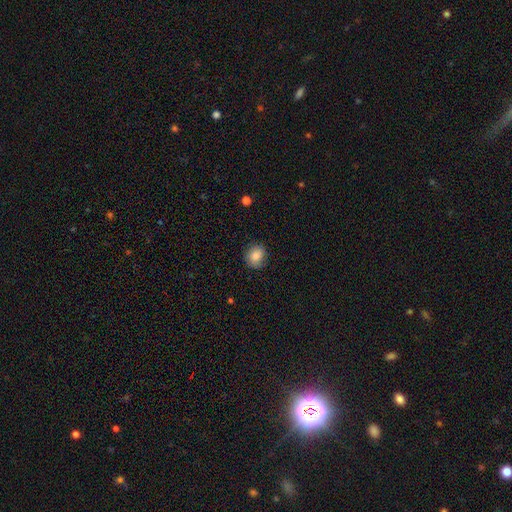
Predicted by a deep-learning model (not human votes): Smooth or featured? smooth (80%)
How rounded? round (72%)
Merging? none (78%)